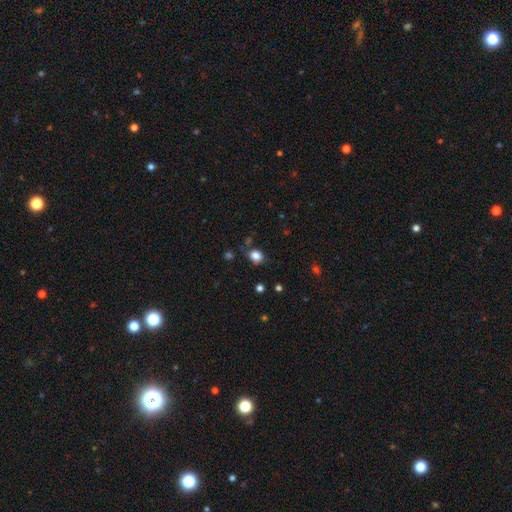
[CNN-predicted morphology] This appears to be a smooth galaxy with no disk features (84%) that is round (56%). Merging: none (74%).